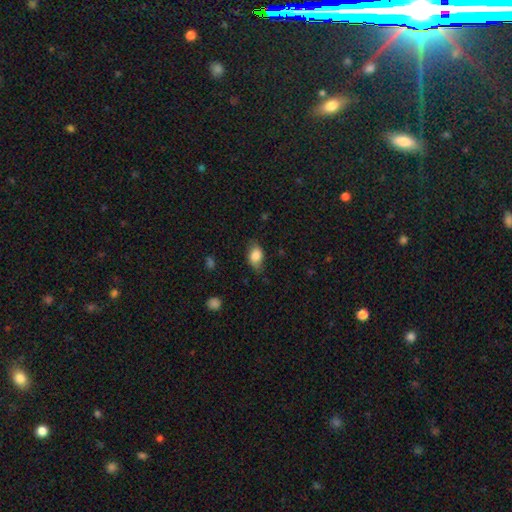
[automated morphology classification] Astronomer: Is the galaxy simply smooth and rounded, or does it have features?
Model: smooth — 83%.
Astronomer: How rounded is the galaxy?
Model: in between — 85%.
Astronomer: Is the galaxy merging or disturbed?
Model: none — 68%.